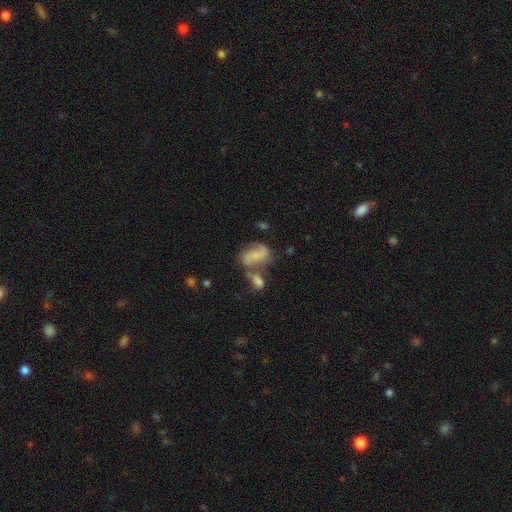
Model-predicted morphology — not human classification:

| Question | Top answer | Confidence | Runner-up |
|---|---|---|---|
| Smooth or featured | featured or disk | 57% | smooth (32%) |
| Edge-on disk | no | 96% | yes (4%) |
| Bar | no | 42% | weak (36%) |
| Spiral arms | yes | 81% | no (19%) |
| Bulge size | none | 45% | small (37%) |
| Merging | merger | 40% | none (33%) |